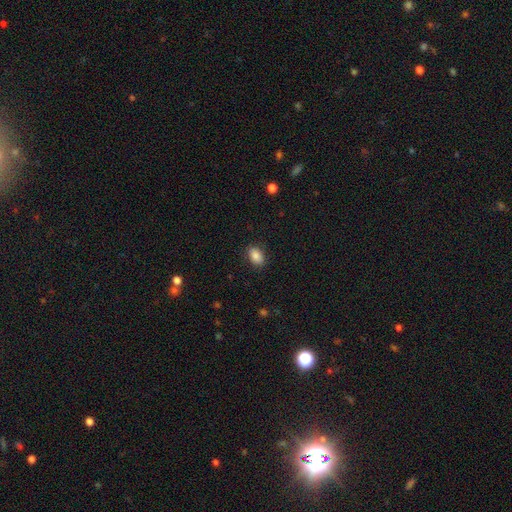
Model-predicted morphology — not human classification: This is clearly a smooth galaxy (87%). How rounded: clearly in between (88%). Merging: clearly none (87%).